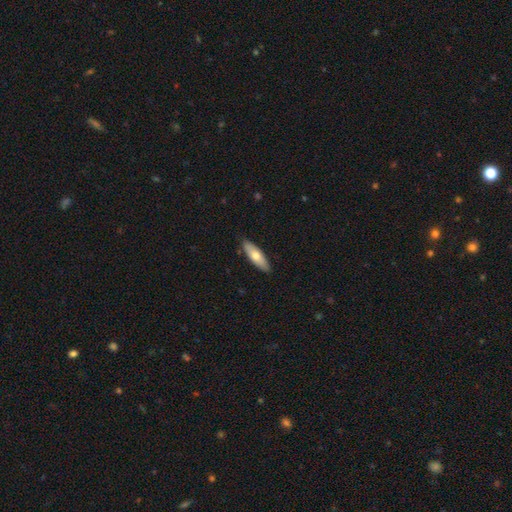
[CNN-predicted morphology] This is likely a smooth galaxy (65%). How rounded: possibly in between (53%). Merging: clearly none (88%).